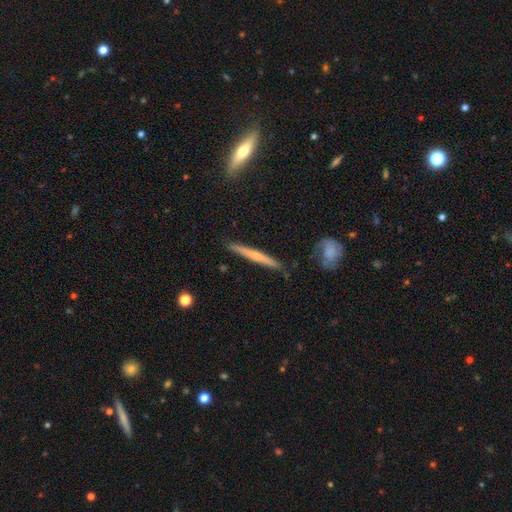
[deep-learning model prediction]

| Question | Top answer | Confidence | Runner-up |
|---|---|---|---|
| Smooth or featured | featured or disk | 53% | smooth (41%) |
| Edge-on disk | yes | 96% | no (4%) |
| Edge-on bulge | none | 49% | rounded (45%) |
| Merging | none | 87% | minor disturbance (9%) |